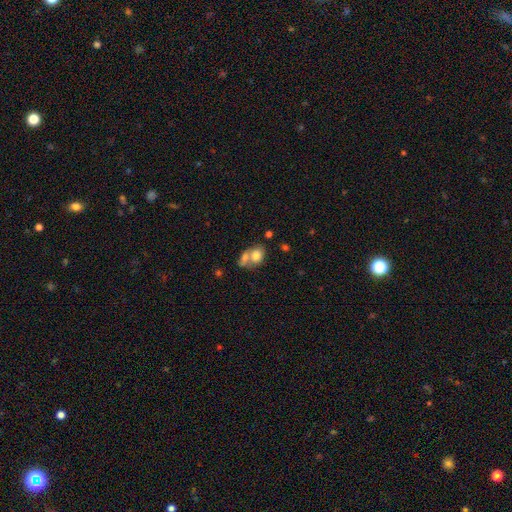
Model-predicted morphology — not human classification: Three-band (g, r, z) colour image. It shows a smooth galaxy with no disk features (76%) that is in between round and cigar-shaped (66%). Merging: merger (58%).